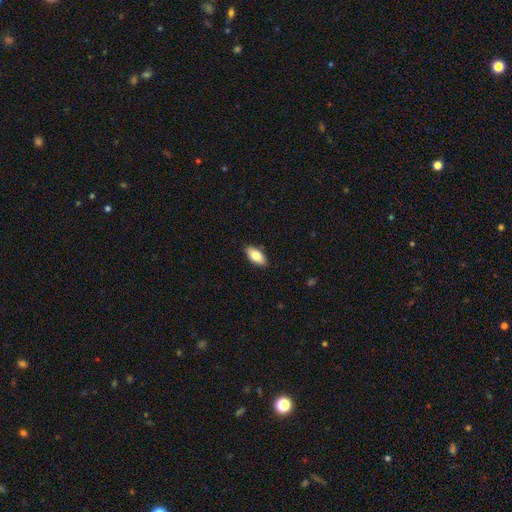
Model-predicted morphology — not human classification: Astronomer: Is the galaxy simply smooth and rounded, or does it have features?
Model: smooth — 83%.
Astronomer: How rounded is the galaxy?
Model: in between — 91%.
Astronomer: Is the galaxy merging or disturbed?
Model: none — 88%.